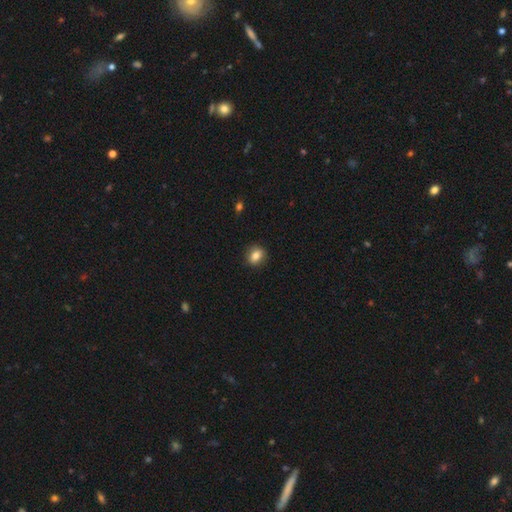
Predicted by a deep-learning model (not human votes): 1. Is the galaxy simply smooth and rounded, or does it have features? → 82% smooth, 9% star or artifact, 9% featured or disk.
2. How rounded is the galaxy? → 54% round, 45% in between, 1% cigar-shaped.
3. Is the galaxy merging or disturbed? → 87% none, 10% minor disturbance, 2% major disturbance, 1% merger.